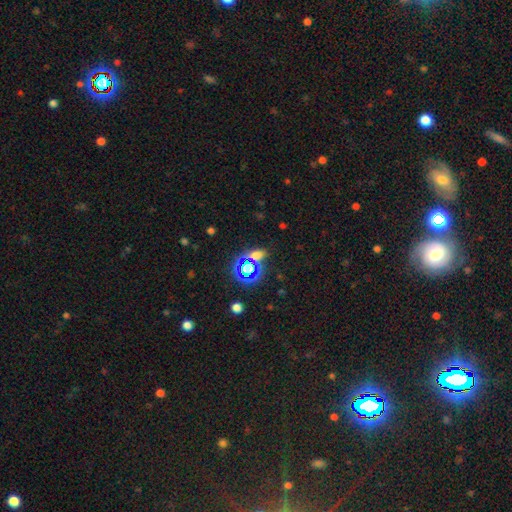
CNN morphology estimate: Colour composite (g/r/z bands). It shows a star or artifact, not a galaxy (47%).